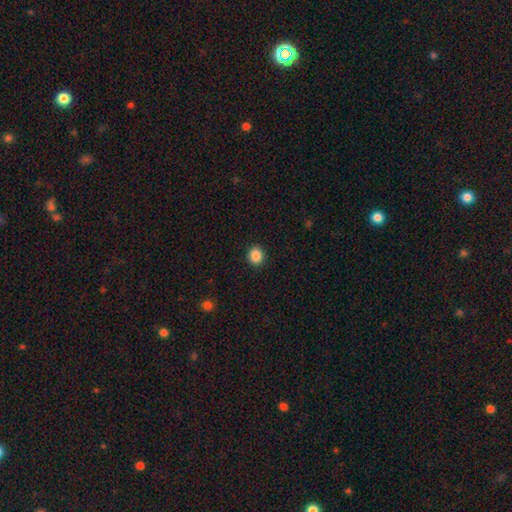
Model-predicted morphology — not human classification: Smooth or featured?
  - smooth: 87% *
  - star or artifact: 10%
  - featured or disk: 3%
How rounded?
  - round: 87% *
  - in between: 12%
  - cigar-shaped: 1%
Merging?
  - none: 93% *
  - minor disturbance: 5%
  - major disturbance: 2%
  - merger: 1%